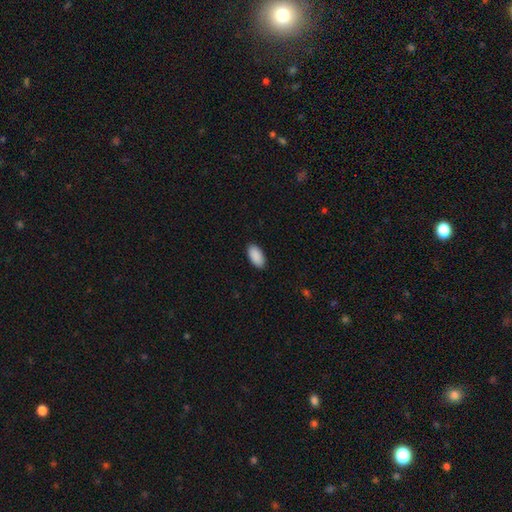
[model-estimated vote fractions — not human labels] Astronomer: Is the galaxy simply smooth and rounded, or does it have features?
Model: smooth — 91%.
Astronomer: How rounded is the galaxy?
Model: in between — 95%.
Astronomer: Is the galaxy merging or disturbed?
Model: none — 90%.